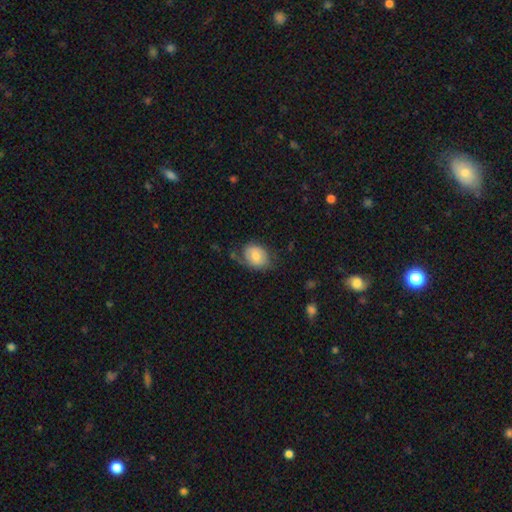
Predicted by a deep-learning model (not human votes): This appears to be a smooth galaxy with no disk features (62%) that is in between round and cigar-shaped (64%). Merging: none (52%).